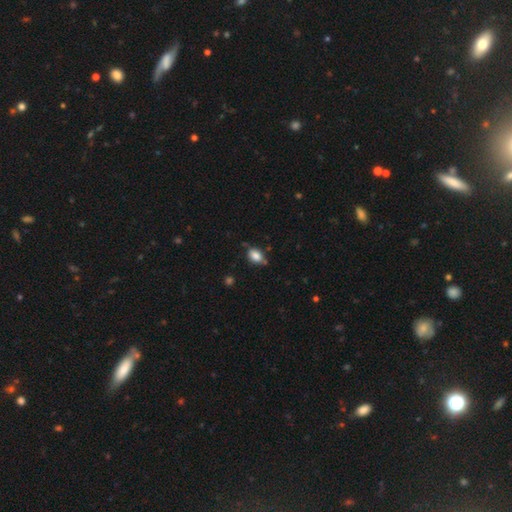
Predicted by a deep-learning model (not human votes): A smooth galaxy with no disk features (81%) that is in between round and cigar-shaped (82%).

Vote fractions:
- Smooth or featured? smooth: 81% / featured or disk: 10% / star or artifact: 9%
- How rounded? in between: 82% / round: 15% / cigar-shaped: 3%
- Merging? none: 66% / minor disturbance: 25% / major disturbance: 5% / merger: 5%